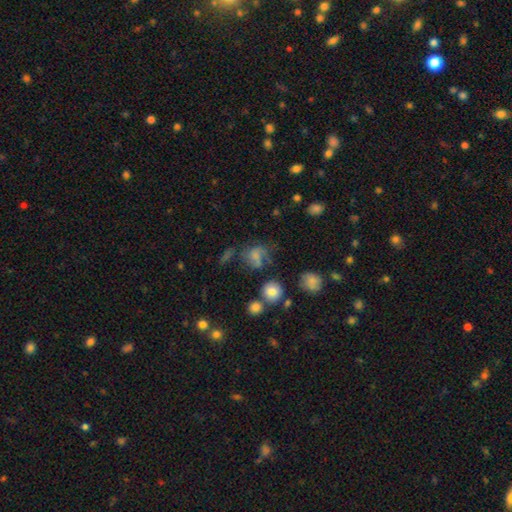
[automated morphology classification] smooth 58%, featured or disk 26%, star or artifact 16%. Down the decision tree: how rounded — round (57%); merging — none (40%).